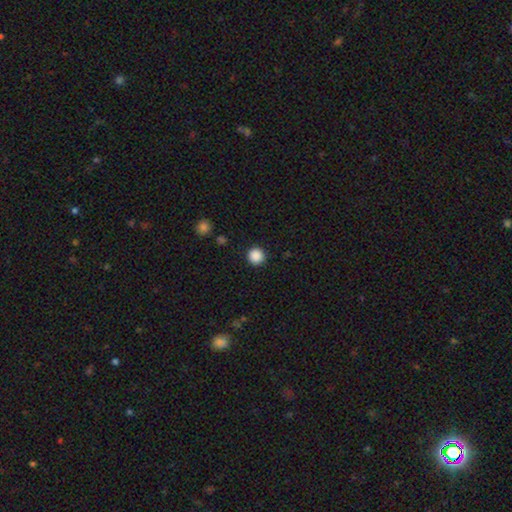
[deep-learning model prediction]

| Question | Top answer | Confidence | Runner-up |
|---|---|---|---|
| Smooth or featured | smooth | 88% | star or artifact (10%) |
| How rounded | round | 95% | in between (4%) |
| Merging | none | 92% | minor disturbance (5%) |